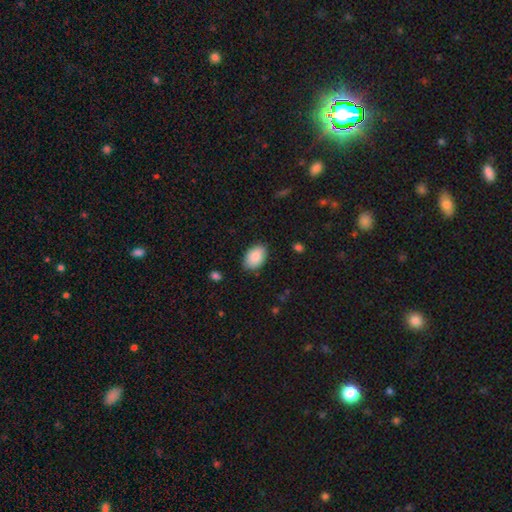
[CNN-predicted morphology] smooth_or_featured: smooth (p=0.88) [alt: star or artifact p=0.06]
how_rounded: in between (p=0.89) [alt: round p=0.10]
merging: none (p=0.83) [alt: minor disturbance p=0.13]